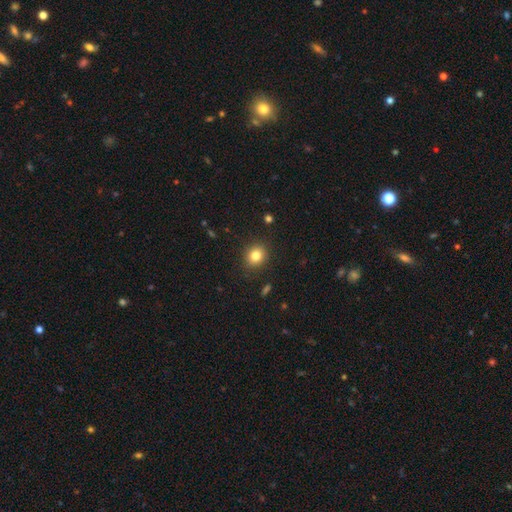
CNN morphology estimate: Smooth or featured? smooth (82%)
How rounded? round (74%)
Merging? none (89%)